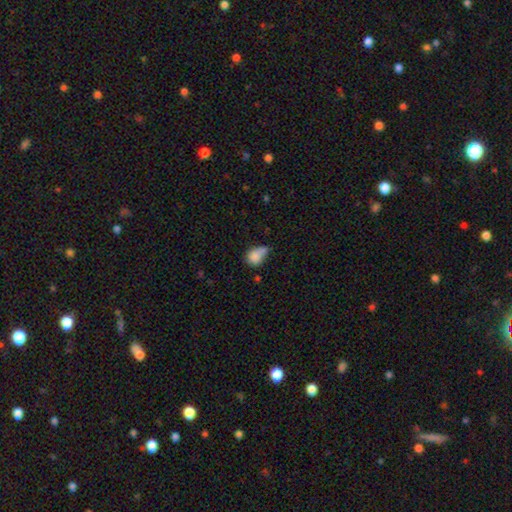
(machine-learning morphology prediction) type=smooth (80%); roundness=in between (68%); merging=minor disturbance (39%).